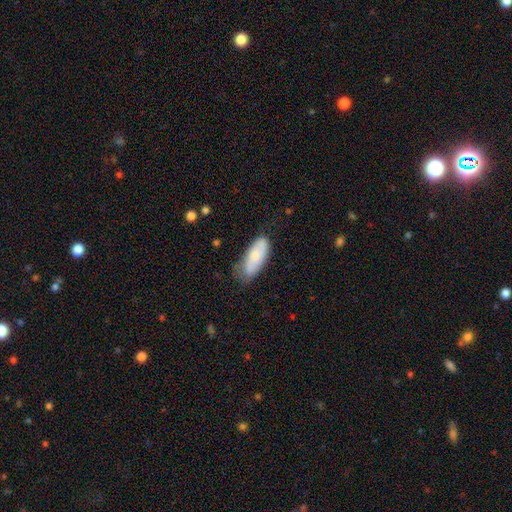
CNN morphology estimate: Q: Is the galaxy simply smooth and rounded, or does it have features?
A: smooth — 75%.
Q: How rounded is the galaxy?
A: in between — 76%.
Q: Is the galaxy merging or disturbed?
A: none — 63%.